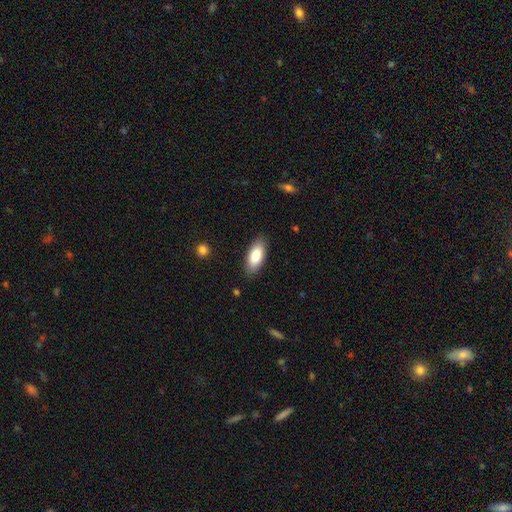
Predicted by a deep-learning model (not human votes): This appears to be a smooth galaxy with no disk features (85%) that is in between round and cigar-shaped (85%). Merging: none (86%).